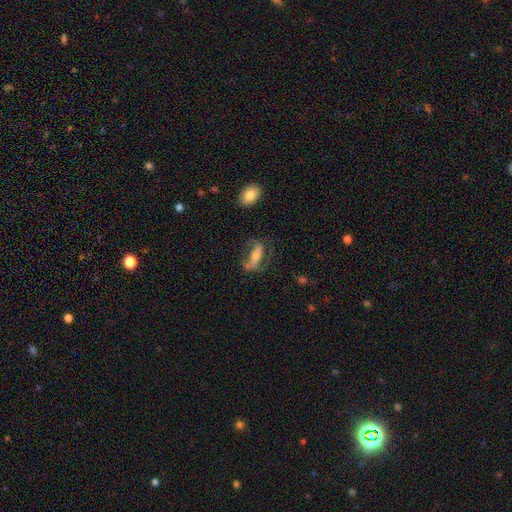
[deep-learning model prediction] A featured or disk galaxy (61%).

Vote fractions:
- Smooth or featured? featured or disk: 61% / smooth: 30% / star or artifact: 9%
- Edge-on disk? no: 78% / yes: 22%
- Merging? none: 51% / major disturbance: 24% / minor disturbance: 20% / merger: 5%